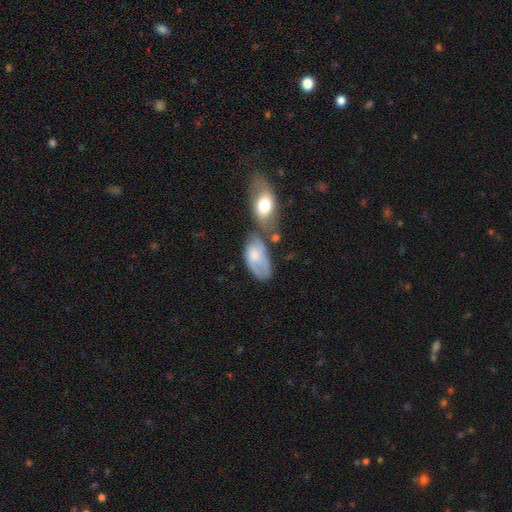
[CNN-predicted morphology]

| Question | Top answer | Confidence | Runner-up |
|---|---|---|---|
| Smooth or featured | smooth | 56% | featured or disk (37%) |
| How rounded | in between | 92% | round (5%) |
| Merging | none | 32% | merger (28%) |